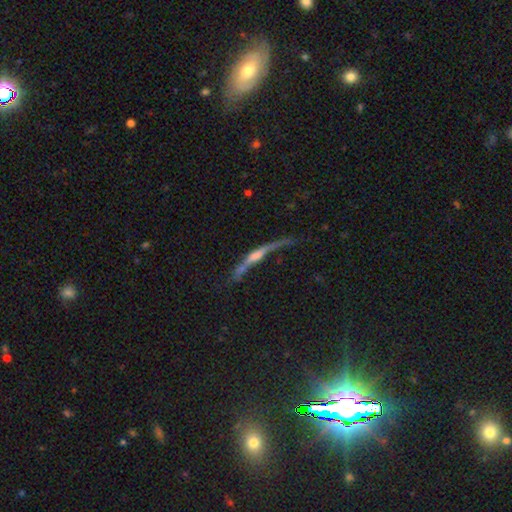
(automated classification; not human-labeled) featured or disk 68%, smooth 21%, star or artifact 11%. Down the decision tree: edge-on disk — yes (83%); edge-on bulge — rounded (55%); merging — none (44%).